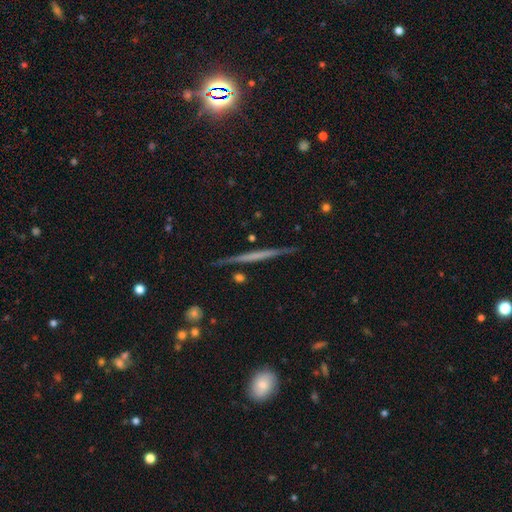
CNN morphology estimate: smooth-or-featured: featured or disk: 66% | smooth: 28% | star or artifact: 7%
  disk-edge-on: yes: 98% | no: 2%
    edge-on-bulge: none: 81% | rounded: 11% | boxy: 8%
  merging: none: 89% | minor disturbance: 8% | major disturbance: 2% | merger: 2%